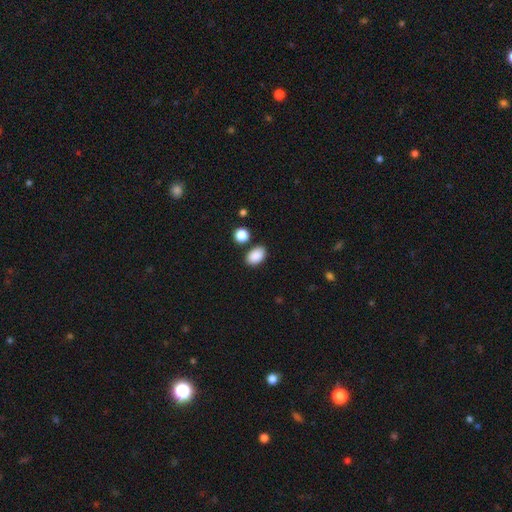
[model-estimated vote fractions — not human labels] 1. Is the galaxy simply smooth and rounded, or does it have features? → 89% smooth, 8% star or artifact, 3% featured or disk.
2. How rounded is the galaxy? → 86% in between, 13% round, 1% cigar-shaped.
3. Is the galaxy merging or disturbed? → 81% none, 11% minor disturbance, 6% merger, 3% major disturbance.